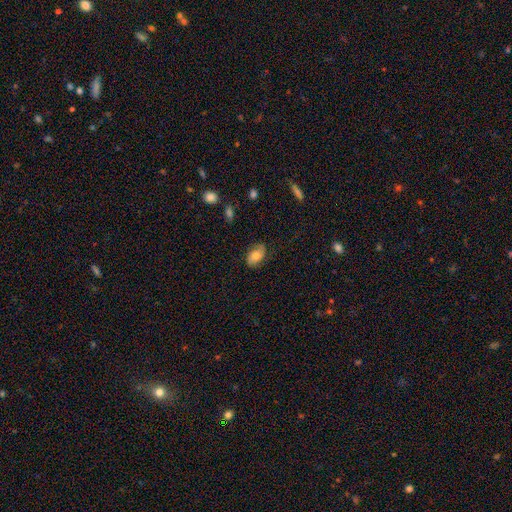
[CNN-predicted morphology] smooth-or-featured: smooth: 61% | featured or disk: 31% | star or artifact: 8%
  how-rounded: in between: 88% | round: 11% | cigar-shaped: 2%
  merging: none: 74% | minor disturbance: 19% | major disturbance: 5% | merger: 1%